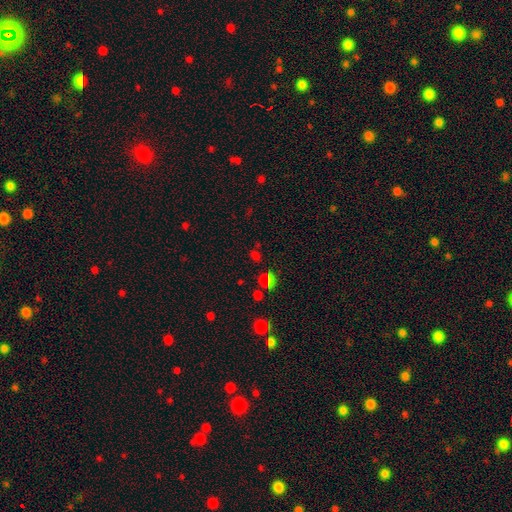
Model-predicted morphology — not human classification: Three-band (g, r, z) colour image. It shows a star or artifact, not a galaxy (53%).